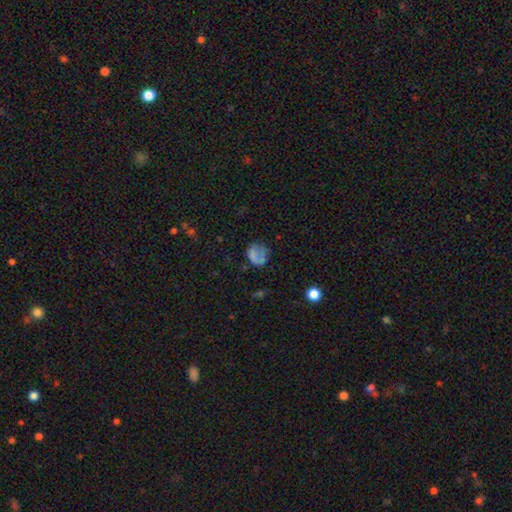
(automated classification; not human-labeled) A smooth galaxy with no disk features (65%) that is round (59%).

Vote fractions:
- Smooth or featured? smooth: 65% / featured or disk: 22% / star or artifact: 13%
- How rounded? round: 59% / in between: 39% / cigar-shaped: 1%
- Merging? none: 42% / major disturbance: 27% / minor disturbance: 26% / merger: 5%